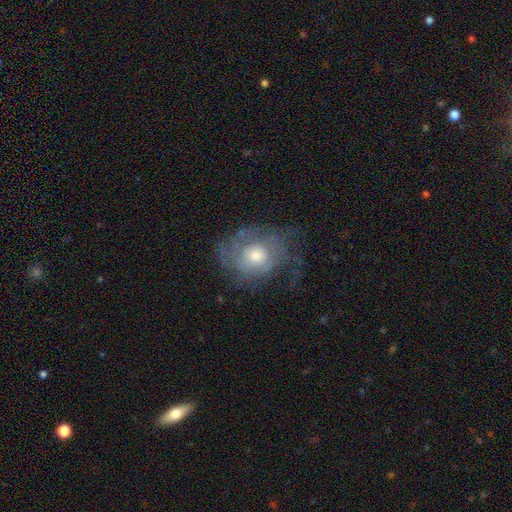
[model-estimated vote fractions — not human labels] Smooth or featured? featured or disk (64%)
Edge-on disk? no (96%)
Bar? no (82%)
Spiral arms? yes (75%)
Bulge size? moderate (63%)
Merging? none (57%)